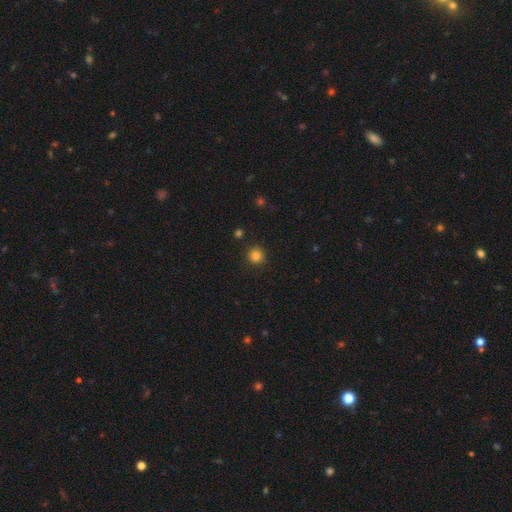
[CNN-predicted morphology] type=smooth (84%); roundness=round (94%); merging=none (90%).